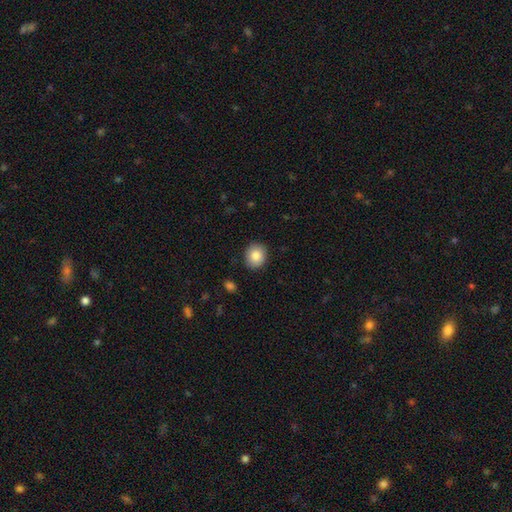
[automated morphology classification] This appears to be a smooth galaxy with no disk features (85%) that is round (70%). Merging: none (89%).